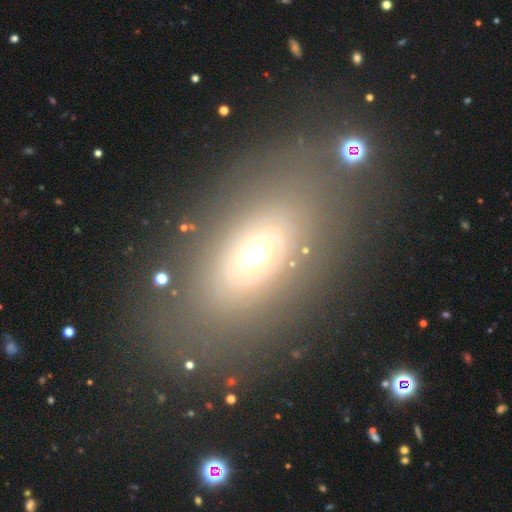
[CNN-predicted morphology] A smooth galaxy with no disk features (49%).

Vote fractions:
- Smooth or featured? smooth: 49% / featured or disk: 34% / star or artifact: 17%
- Merging? none: 76% / minor disturbance: 12% / major disturbance: 9% / merger: 3%